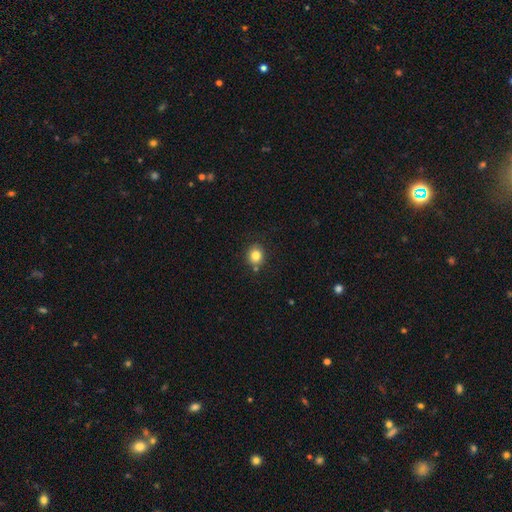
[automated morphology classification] smooth 82%, star or artifact 11%, featured or disk 7%. Down the decision tree: how rounded — round (76%); merging — none (80%).